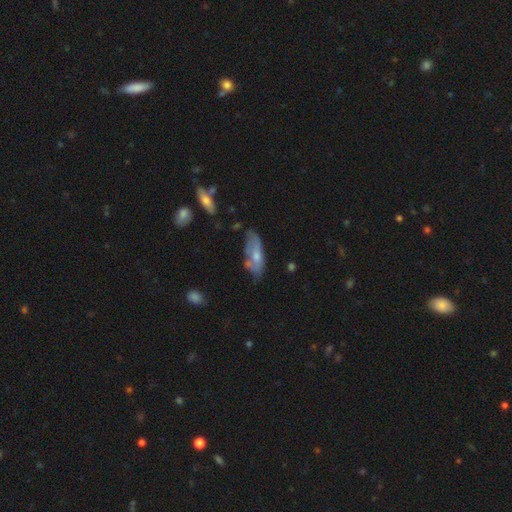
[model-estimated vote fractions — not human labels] Q: Smooth or featured?
A: smooth (53%); runner-up: featured or disk (40%)
Q: How rounded?
A: in between (78%); runner-up: cigar-shaped (20%)
Q: Merging?
A: none (46%); runner-up: minor disturbance (33%)